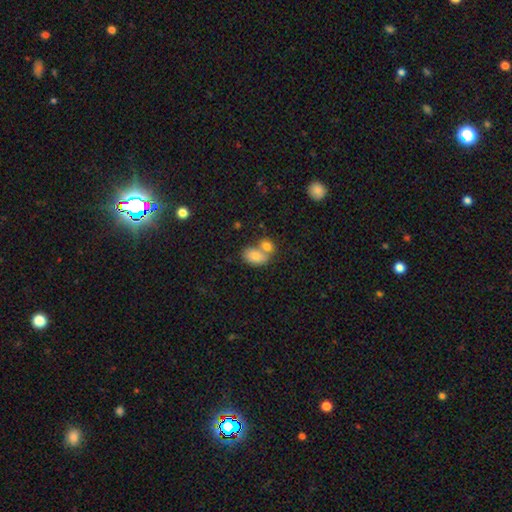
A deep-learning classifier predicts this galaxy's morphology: Overall: smooth (79%). How rounded: in between (85%). Merging: merger (53%; none 34%).